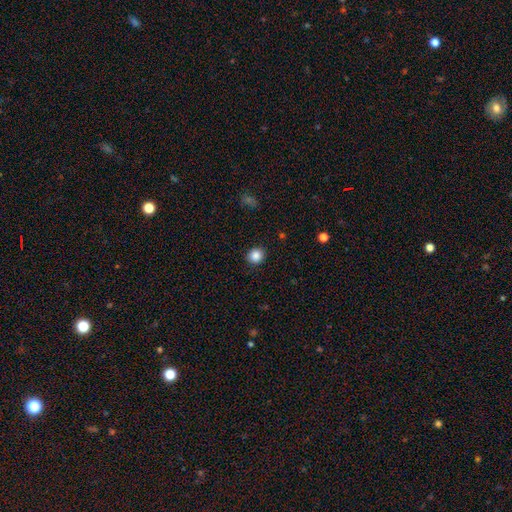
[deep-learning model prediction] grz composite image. It shows a smooth galaxy with no disk features (86%) that is round (85%). Merging: none (91%).